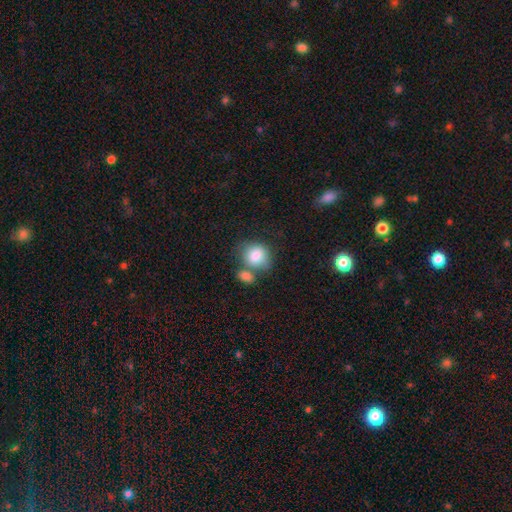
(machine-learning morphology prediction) A smooth galaxy with no disk features (83%) that is round (62%).

Vote fractions:
- Smooth or featured? smooth: 83% / featured or disk: 9% / star or artifact: 7%
- How rounded? round: 62% / in between: 37% / cigar-shaped: 1%
- Merging? none: 43% / merger: 36% / minor disturbance: 14% / major disturbance: 6%